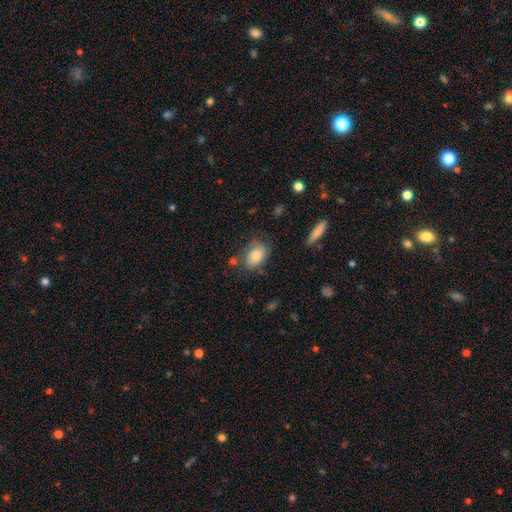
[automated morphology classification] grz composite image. It shows a smooth galaxy with no disk features (79%) that is in between round and cigar-shaped (81%). Merging: none (61%).